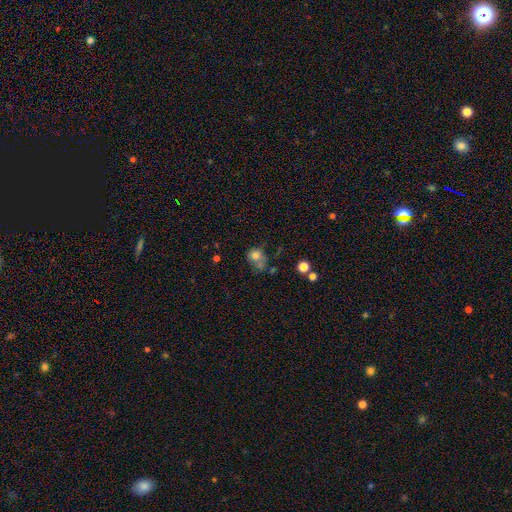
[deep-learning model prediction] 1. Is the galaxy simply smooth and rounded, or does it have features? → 73% smooth, 15% featured or disk, 12% star or artifact.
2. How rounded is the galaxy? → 59% round, 40% in between, 1% cigar-shaped.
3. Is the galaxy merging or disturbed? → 35% none, 28% minor disturbance, 22% major disturbance, 16% merger.